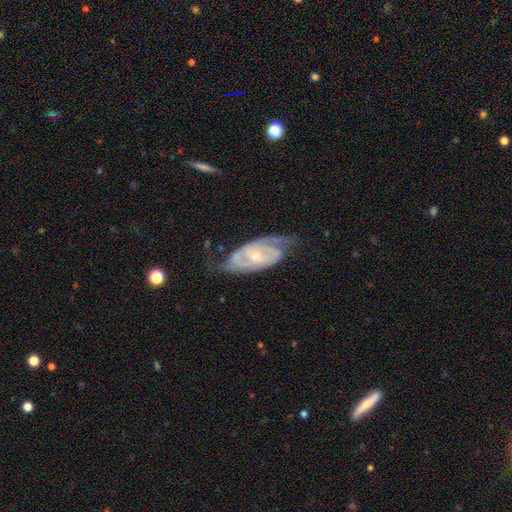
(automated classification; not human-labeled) Morphology: type=featured or disk (87%); edge-on=no (94%); bar=no (55%); spiral arms=yes (96%); winding=tight (54%); arm count=2 (76%); bulge=small (60%); merging=none (66%).